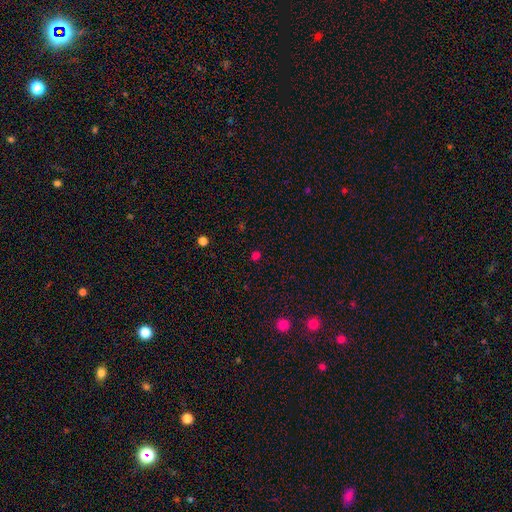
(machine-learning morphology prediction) smooth 64%, star or artifact 32%, featured or disk 4%. Down the decision tree: how rounded — round (80%); merging — none (86%).